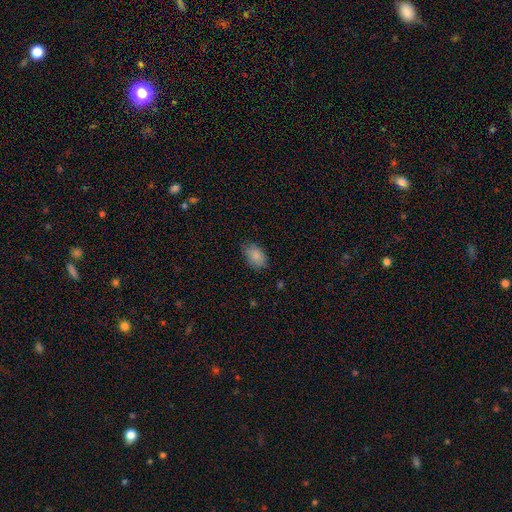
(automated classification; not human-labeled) Smooth or featured? Predicted: smooth (p=0.86). How rounded? Predicted: in between (p=0.87). Merging? Predicted: none (p=0.75).